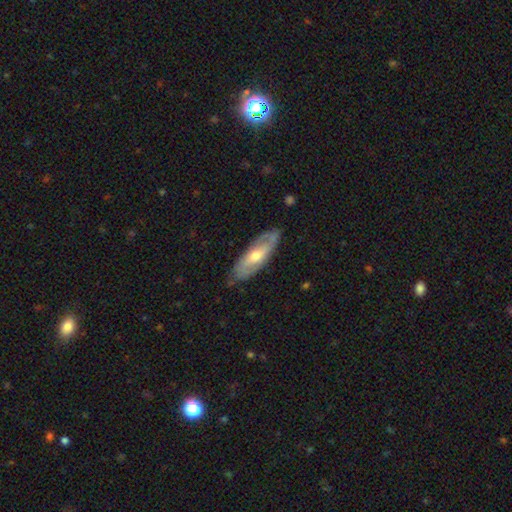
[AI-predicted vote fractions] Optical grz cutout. It shows a featured or disk galaxy (62%). Merging: none (79%).